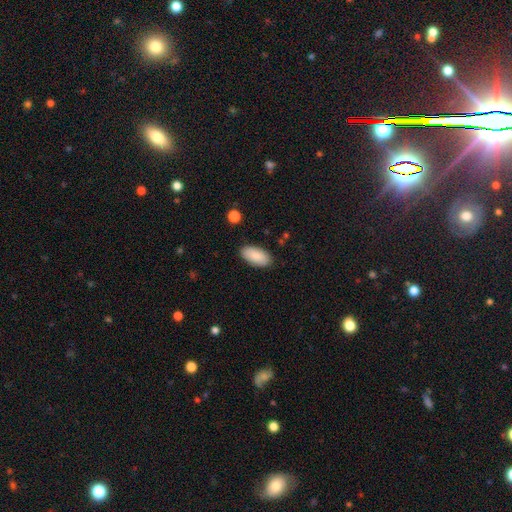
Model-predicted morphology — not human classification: type=smooth (87%); roundness=in between (94%); merging=none (86%).